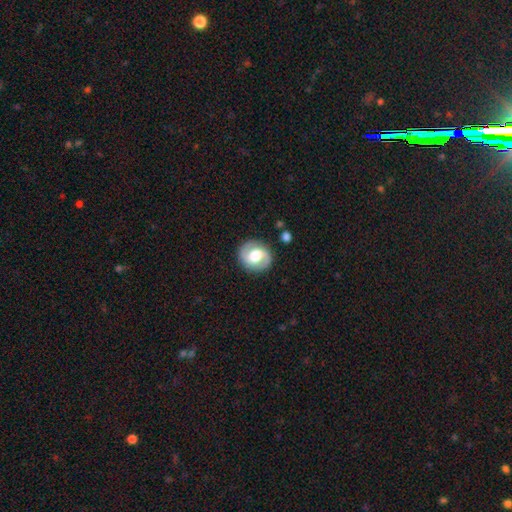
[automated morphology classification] Smooth or featured?
  - featured or disk: 68% *
  - smooth: 25%
  - star or artifact: 6%
Edge-on disk?
  - no: 98% *
  - yes: 2%
Bar?
  - weak: 42% *
  - no: 40%
  - strong: 17%
Spiral arms?
  - yes: 86% *
  - no: 14%
Spiral winding?
  - medium: 48% *
  - tight: 29%
  - loose: 23%
Spiral arm count?
  - 2: 90% *
  - can't tell: 4%
  - 1: 2%
  - 3: 1%
  - 4: 1%
  - more than 4: 1%
Bulge size?
  - moderate: 52% *
  - large: 36%
  - small: 6%
  - dominant: 4%
  - none: 1%
Merging?
  - none: 85% *
  - minor disturbance: 10%
  - major disturbance: 3%
  - merger: 1%